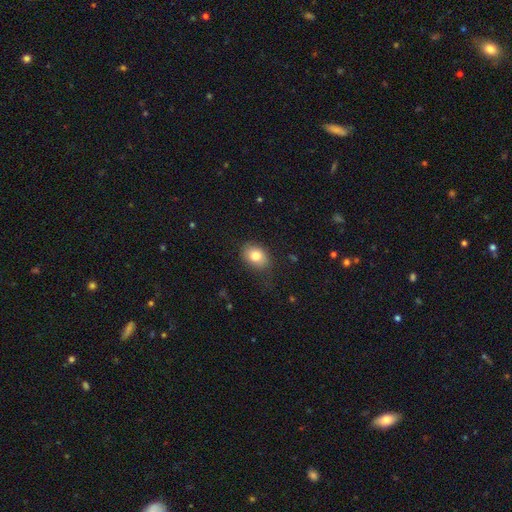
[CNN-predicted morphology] Q: Smooth or featured?
A: smooth (81%); runner-up: featured or disk (10%)
Q: How rounded?
A: in between (66%); runner-up: round (33%)
Q: Merging?
A: none (77%); runner-up: minor disturbance (17%)